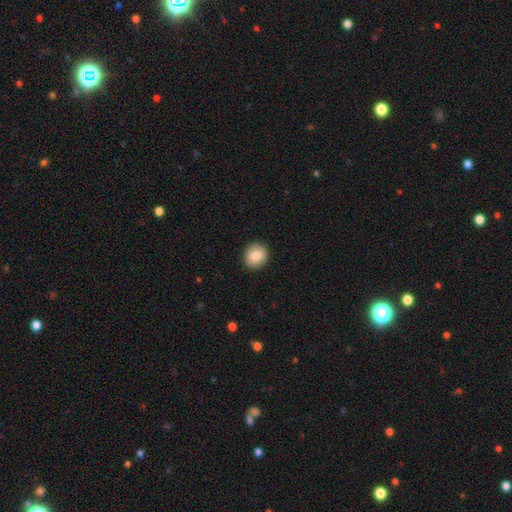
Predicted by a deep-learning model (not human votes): The model was most divided on "how rounded": round: 82%, in between: 17%, cigar-shaped: 1%. More confident: merging — none (91%); smooth or featured — smooth (85%).